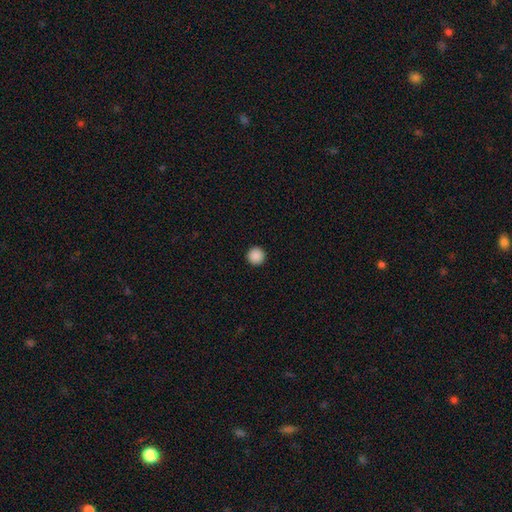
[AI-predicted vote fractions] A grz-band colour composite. It shows a smooth galaxy with no disk features (89%) that is round (97%). Merging: none (94%).